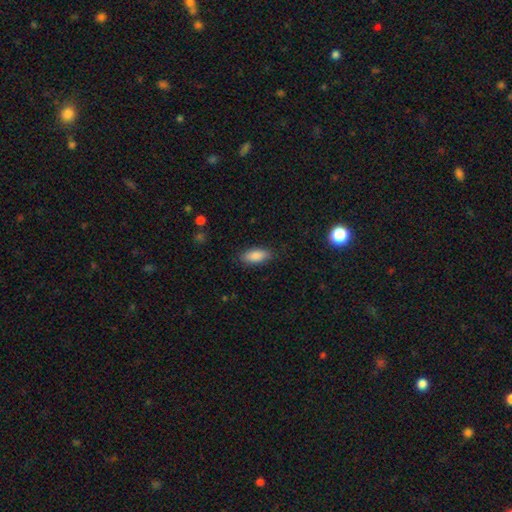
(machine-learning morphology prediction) Smooth or featured? smooth (87%)
How rounded? in between (83%)
Merging? none (86%)